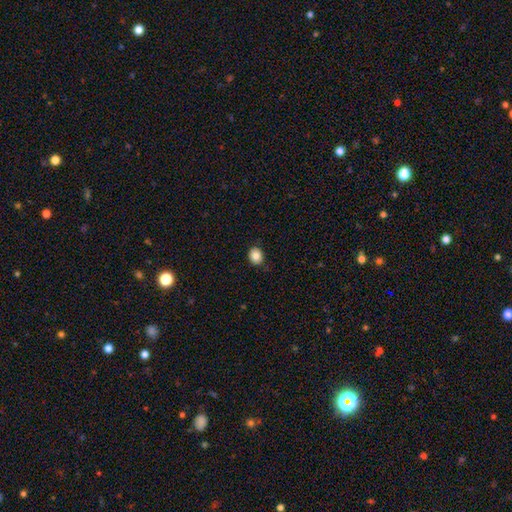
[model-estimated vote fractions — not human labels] A smooth galaxy with no disk features (84%) that is round (61%).

Vote fractions:
- Smooth or featured? smooth: 84% / star or artifact: 9% / featured or disk: 7%
- How rounded? round: 61% / in between: 38% / cigar-shaped: 1%
- Merging? none: 86% / minor disturbance: 10% / major disturbance: 2% / merger: 1%